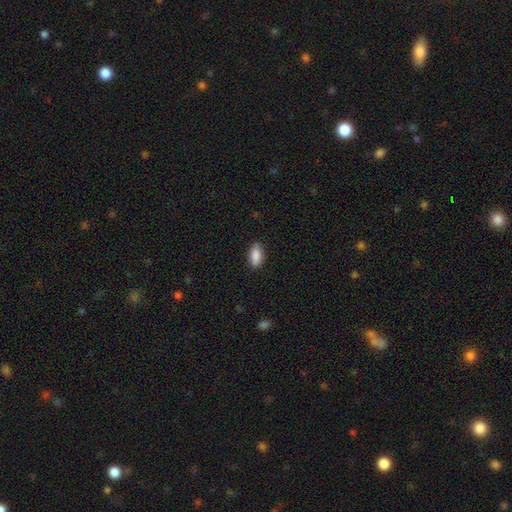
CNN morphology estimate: This is clearly a smooth galaxy (89%). How rounded: clearly in between (91%). Merging: clearly none (84%).